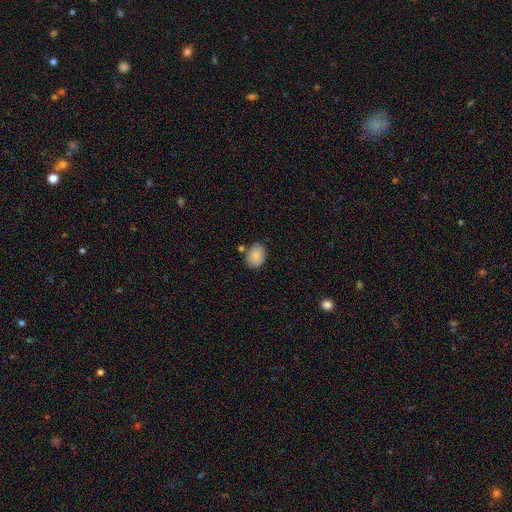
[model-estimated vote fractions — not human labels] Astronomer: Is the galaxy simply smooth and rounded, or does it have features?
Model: smooth — 87%.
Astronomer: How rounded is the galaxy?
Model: in between — 62% (runner-up: round, 37%).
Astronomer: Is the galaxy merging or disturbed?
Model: none — 72%.